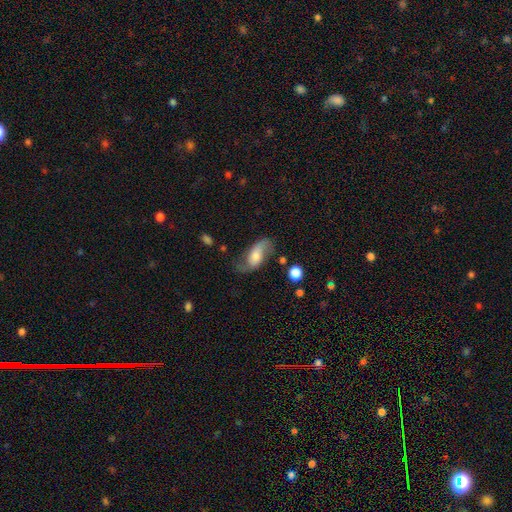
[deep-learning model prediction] This is possibly a featured or disk galaxy (59%). It is clearly not viewed edge-on (93%). Bar: possibly no (56%). Spiral arm pattern: clearly yes (88%). Central bulge: marginally moderate (44%). Merging: possibly none (56%).